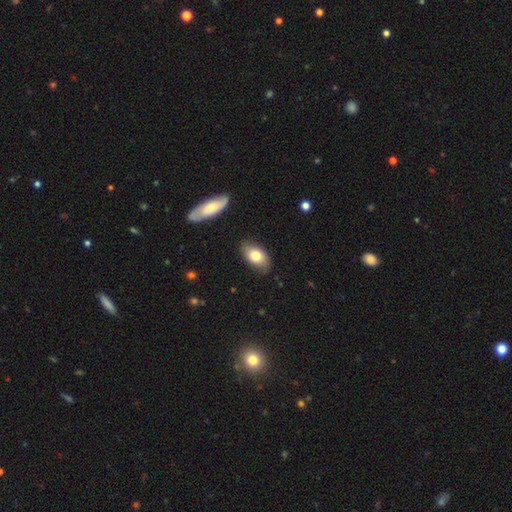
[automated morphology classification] This appears to be a smooth galaxy with no disk features (77%) that is in between round and cigar-shaped (92%). Merging: none (82%).